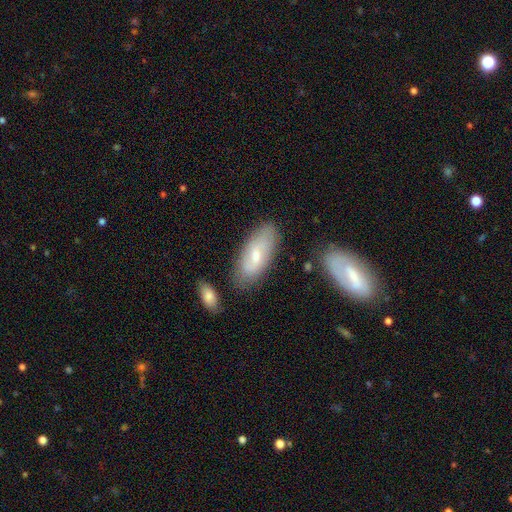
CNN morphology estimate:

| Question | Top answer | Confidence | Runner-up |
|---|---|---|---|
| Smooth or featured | smooth | 56% | featured or disk (37%) |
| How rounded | in between | 84% | cigar-shaped (13%) |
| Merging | none | 76% | minor disturbance (16%) |